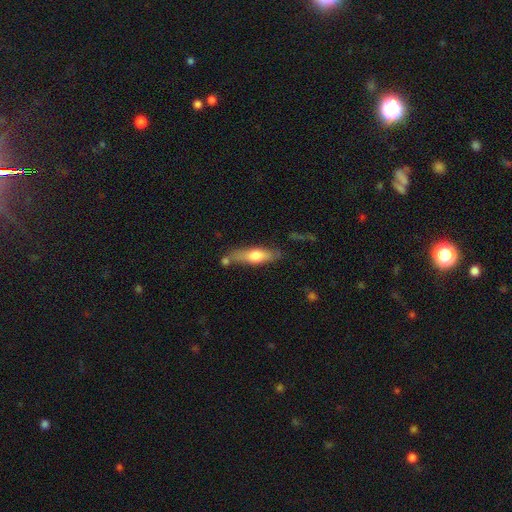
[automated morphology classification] Smooth or featured: smooth — 58% (featured or disk — 36%)
How rounded: cigar-shaped — 64% (in between — 34%)
Merging: none — 65% (minor disturbance — 19%)